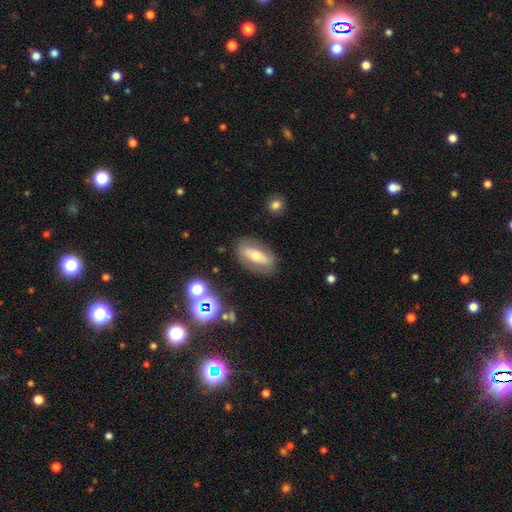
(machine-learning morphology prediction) Smooth or featured? Predicted: featured or disk (p=0.49). Merging? Predicted: none (p=0.81).